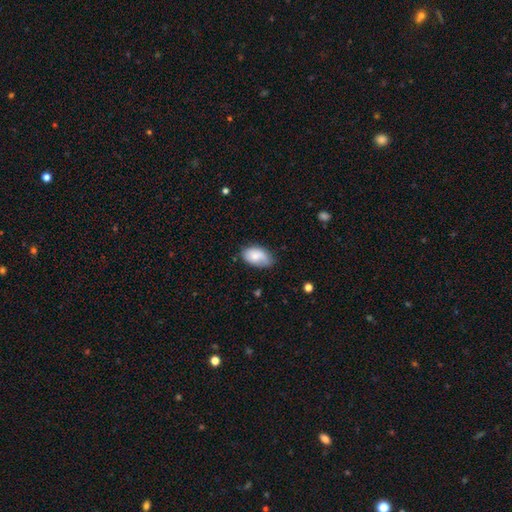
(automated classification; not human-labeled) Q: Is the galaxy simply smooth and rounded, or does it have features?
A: smooth — 77%.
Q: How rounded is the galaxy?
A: in between — 93%.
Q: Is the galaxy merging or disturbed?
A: none — 62%.